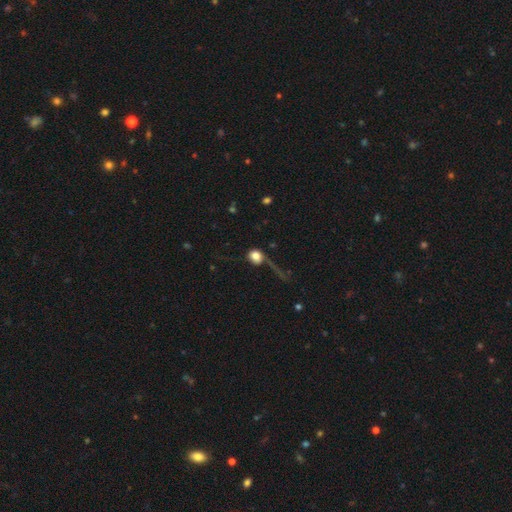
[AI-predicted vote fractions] A smooth galaxy with no disk features (76%) that is round (80%). Merging: none (40%).